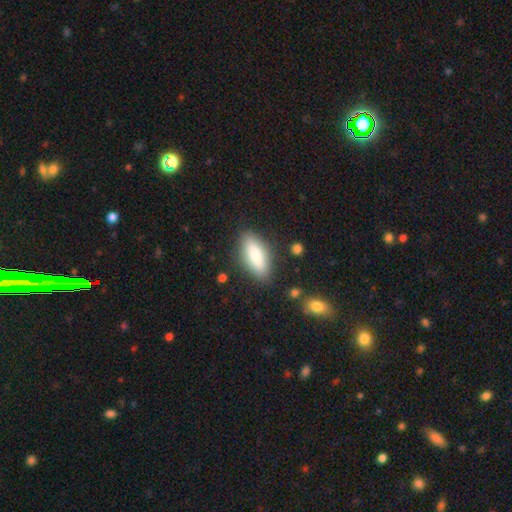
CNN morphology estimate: Smooth or featured? smooth (78%)
How rounded? in between (72%)
Merging? none (83%)